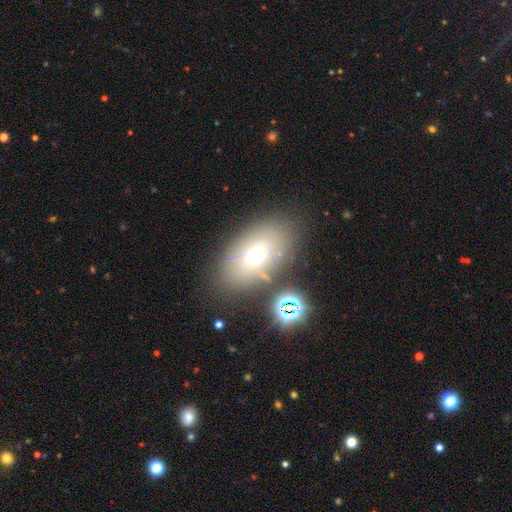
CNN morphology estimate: Overall: smooth (62%). How rounded: in between (86%). Merging: none (74%).